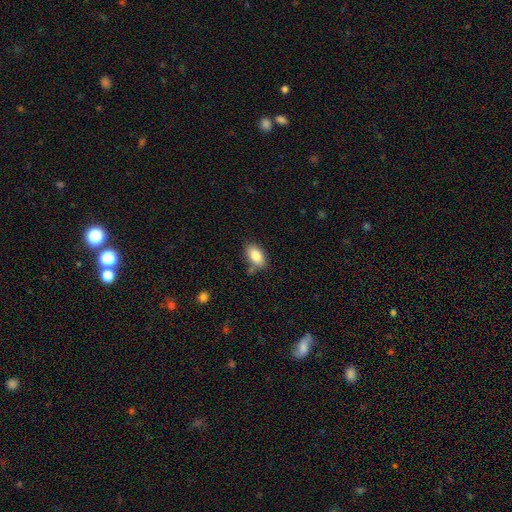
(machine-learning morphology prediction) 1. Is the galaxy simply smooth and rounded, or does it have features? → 84% smooth, 8% featured or disk, 7% star or artifact.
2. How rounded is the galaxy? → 92% in between, 5% round, 3% cigar-shaped.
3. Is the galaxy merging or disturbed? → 74% none, 16% minor disturbance, 6% merger, 3% major disturbance.